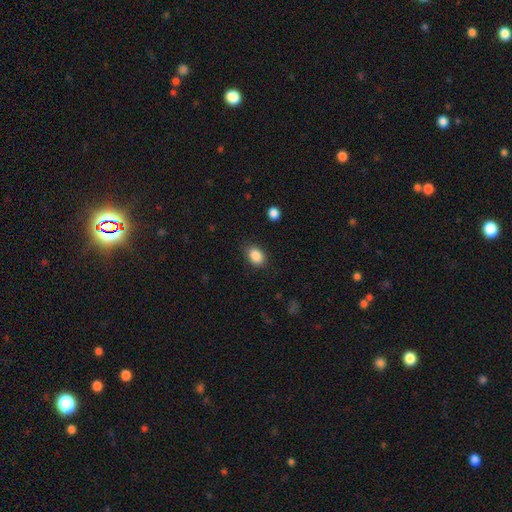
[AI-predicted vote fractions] The model was most divided on "how rounded": in between: 75%, round: 24%, cigar-shaped: 1%. More confident: smooth or featured — smooth (88%); merging — none (83%).